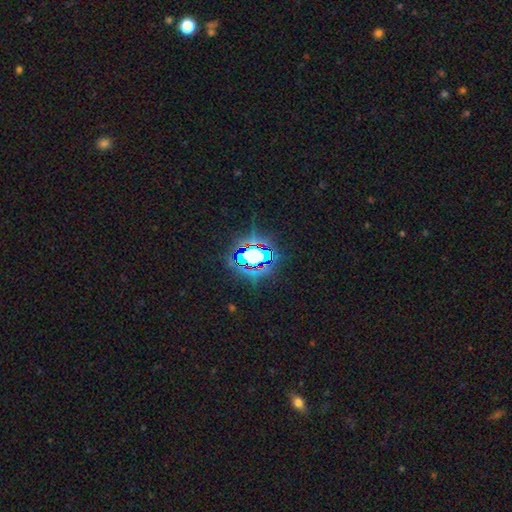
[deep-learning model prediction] Smooth or featured? star or artifact (69%)